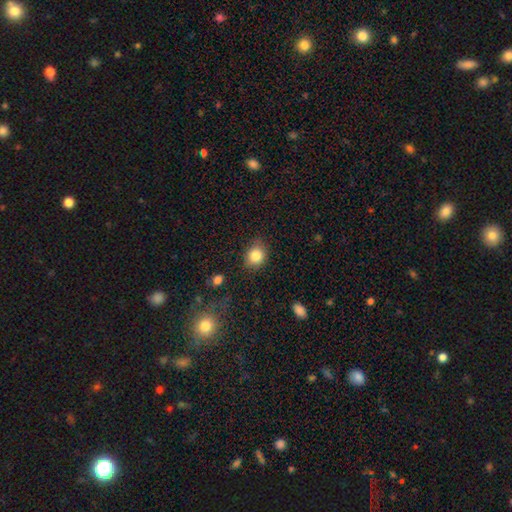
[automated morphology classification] Q: Smooth or featured?
A: smooth (84%); runner-up: star or artifact (10%)
Q: How rounded?
A: round (60%); runner-up: in between (39%)
Q: Merging?
A: none (79%); runner-up: minor disturbance (16%)